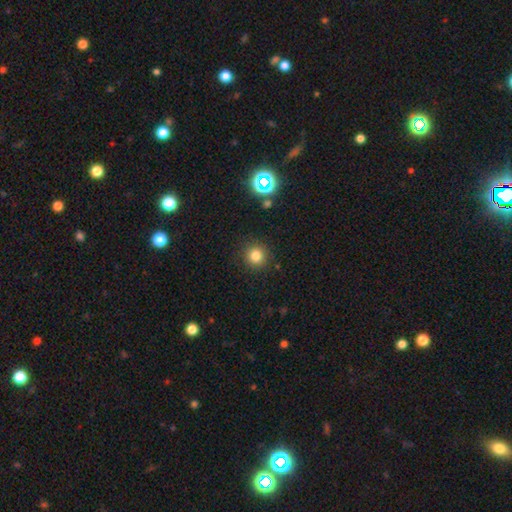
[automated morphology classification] The model was most divided on "smooth or featured": smooth: 79%, star or artifact: 15%, featured or disk: 6%. More confident: how rounded — round (93%); merging — none (90%).